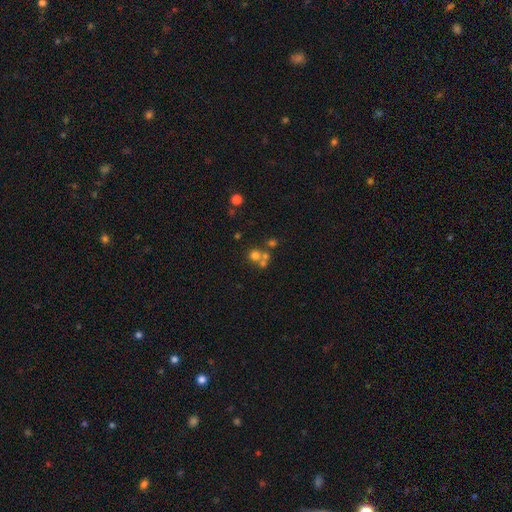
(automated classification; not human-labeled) smooth 63%, star or artifact 19%, featured or disk 18%. Down the decision tree: how rounded — round (87%); merging — none (46%).